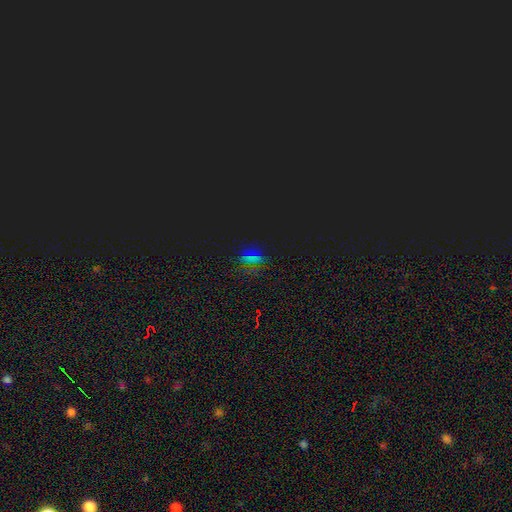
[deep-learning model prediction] Smooth or featured: star or artifact — 63% (smooth — 29%)